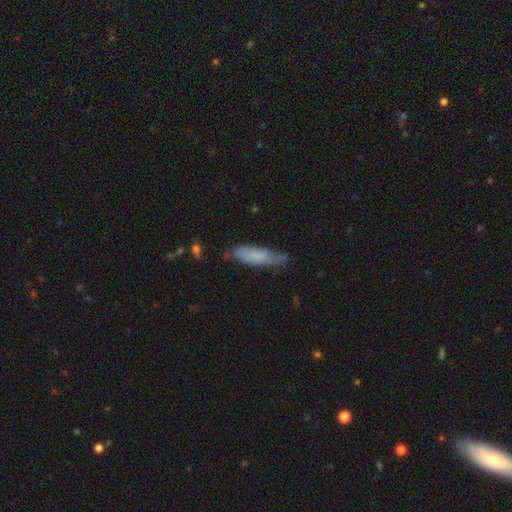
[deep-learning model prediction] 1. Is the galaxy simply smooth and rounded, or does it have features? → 70% smooth, 23% featured or disk, 7% star or artifact.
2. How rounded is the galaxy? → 55% cigar-shaped, 43% in between, 2% round.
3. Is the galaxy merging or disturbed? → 58% none, 31% minor disturbance, 9% major disturbance, 2% merger.